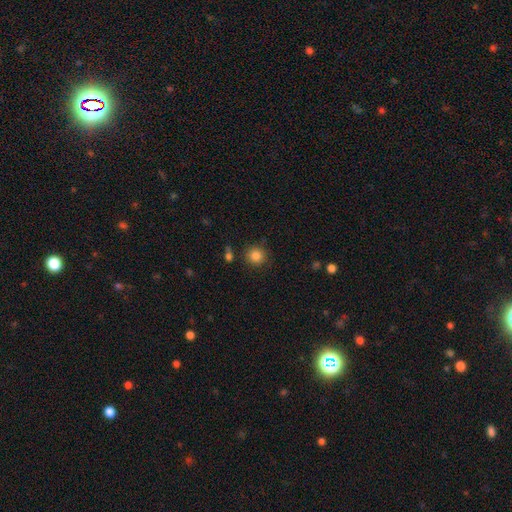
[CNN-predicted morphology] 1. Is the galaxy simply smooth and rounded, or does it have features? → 85% smooth, 10% star or artifact, 5% featured or disk.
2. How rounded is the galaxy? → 91% round, 8% in between, 1% cigar-shaped.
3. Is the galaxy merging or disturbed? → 84% none, 10% minor disturbance, 3% merger, 3% major disturbance.